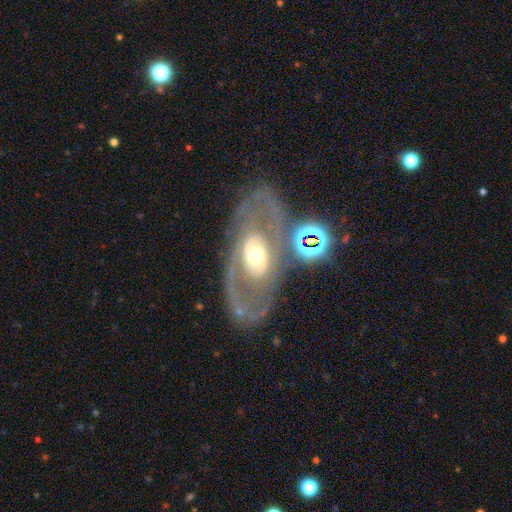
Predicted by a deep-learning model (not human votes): smooth-or-featured: featured or disk: 78% | smooth: 15% | star or artifact: 7%
  disk-edge-on: no: 92% | yes: 8%
    bar: no: 70% | weak: 20% | strong: 10%
    has-spiral-arms: yes: 58% | no: 42%
    bulge-size: moderate: 67% | large: 18% | small: 12% | dominant: 2% | none: 1%
  merging: none: 64% | minor disturbance: 15% | major disturbance: 13% | merger: 8%